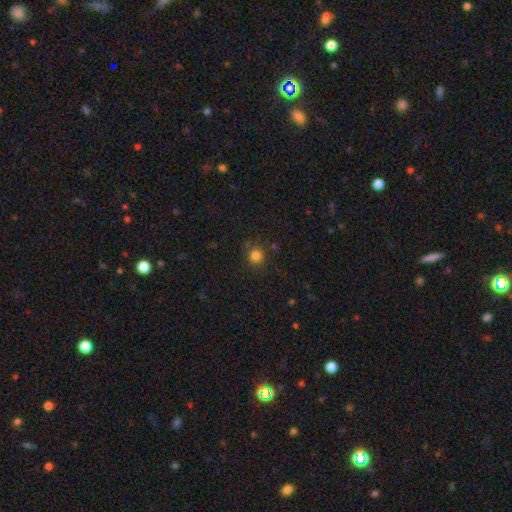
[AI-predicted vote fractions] smooth 81%, star or artifact 14%, featured or disk 5%. Down the decision tree: how rounded — round (92%); merging — none (85%).